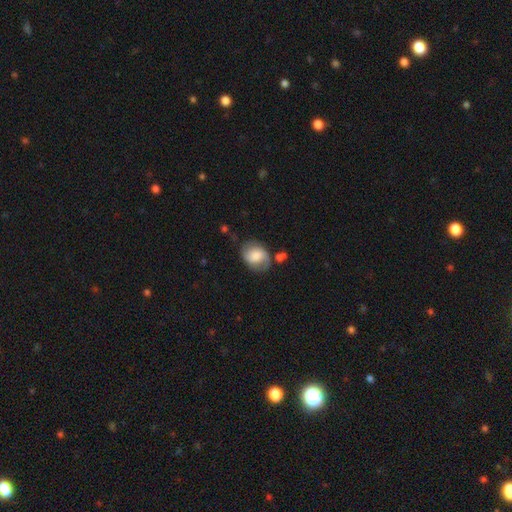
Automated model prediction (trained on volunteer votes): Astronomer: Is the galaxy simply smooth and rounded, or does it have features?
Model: smooth — 55% (runner-up: featured or disk, 38%).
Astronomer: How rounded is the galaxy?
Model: in between — 59% (runner-up: round, 40%).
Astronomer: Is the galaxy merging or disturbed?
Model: none — 56%.